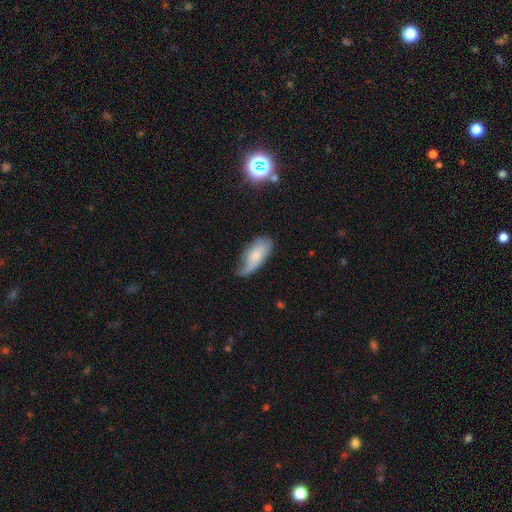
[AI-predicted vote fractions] Morphology: type=smooth (60%); roundness=in between (85%); merging=none (42%).